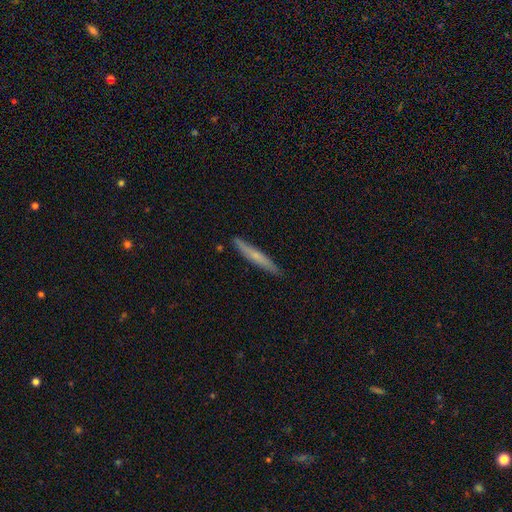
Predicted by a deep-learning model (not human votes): Q: Smooth or featured?
A: smooth (53%); runner-up: featured or disk (41%)
Q: How rounded?
A: cigar-shaped (95%); runner-up: in between (3%)
Q: Merging?
A: none (87%); runner-up: minor disturbance (10%)